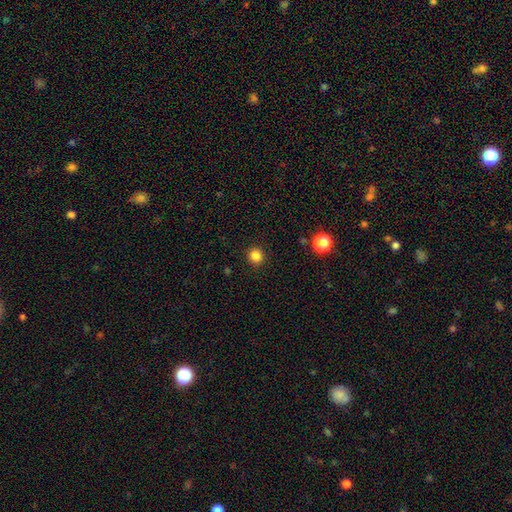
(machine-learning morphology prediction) A smooth galaxy with no disk features (83%) that is round (93%). Merging: none (92%).